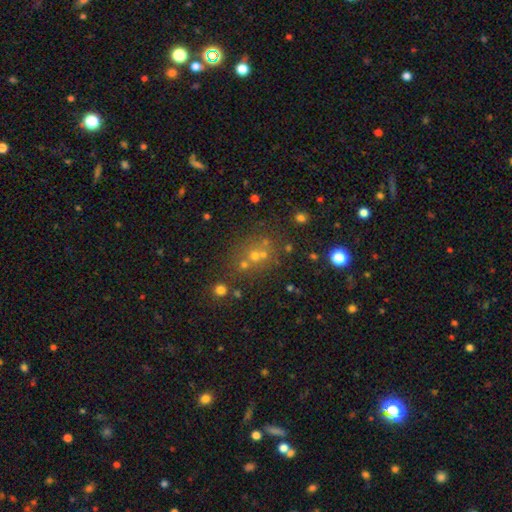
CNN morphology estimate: type=smooth (46%); merging=none (53%).